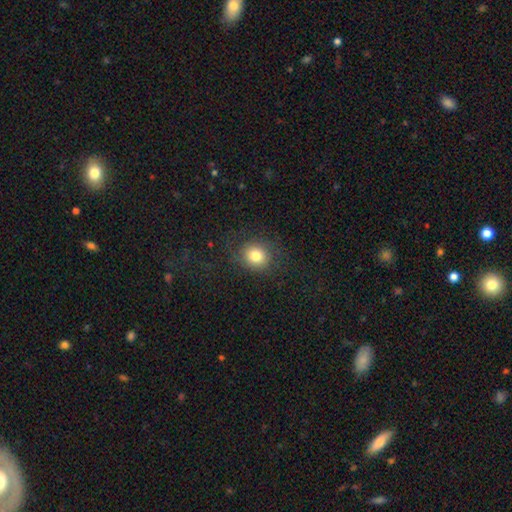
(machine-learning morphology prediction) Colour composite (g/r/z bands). It shows a smooth galaxy with no disk features (79%) that is round (81%). Merging: none (81%).